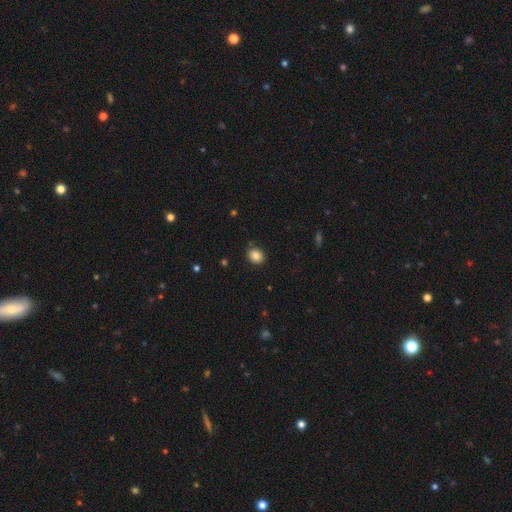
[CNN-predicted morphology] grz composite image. It shows a smooth galaxy with no disk features (84%) that is round (65%). Merging: none (83%).